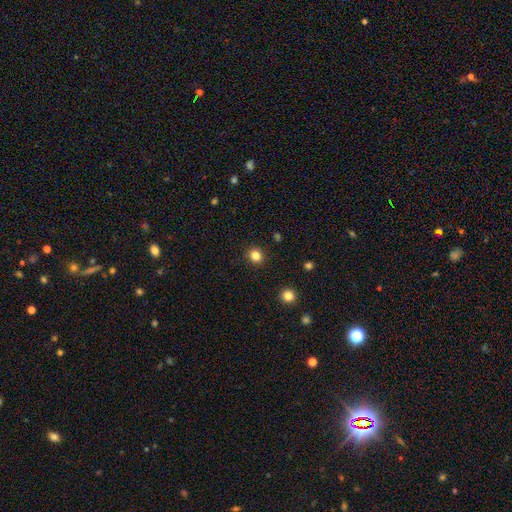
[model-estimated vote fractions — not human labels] Smooth or featured?
  - smooth: 82% *
  - star or artifact: 13%
  - featured or disk: 5%
How rounded?
  - round: 85% *
  - in between: 14%
  - cigar-shaped: 1%
Merging?
  - none: 91% *
  - minor disturbance: 6%
  - major disturbance: 2%
  - merger: 1%